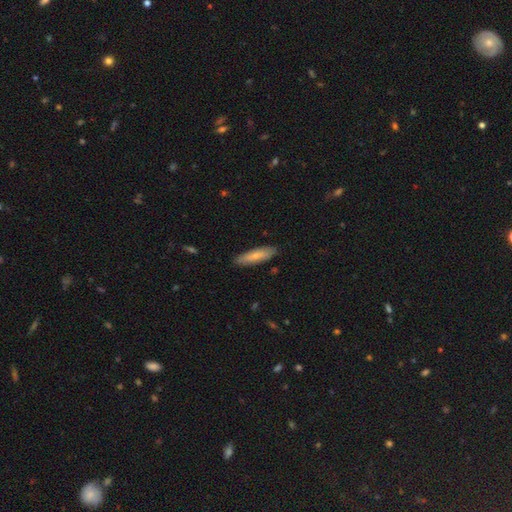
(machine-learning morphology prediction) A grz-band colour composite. It shows a smooth galaxy with no disk features (73%) that is cigar-shaped (68%). Merging: none (86%).